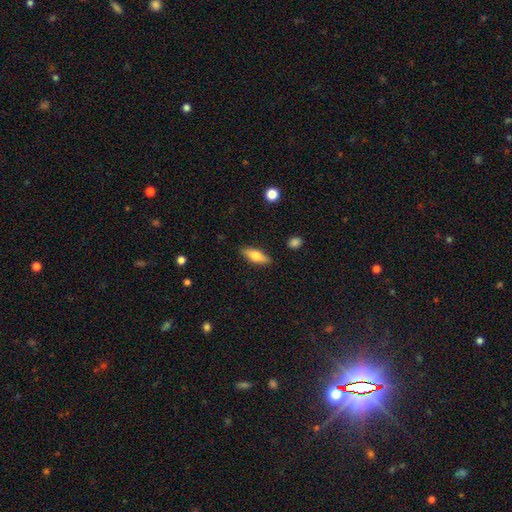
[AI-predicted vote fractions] Morphology: type=smooth (68%); roundness=in between (62%); merging=none (86%).